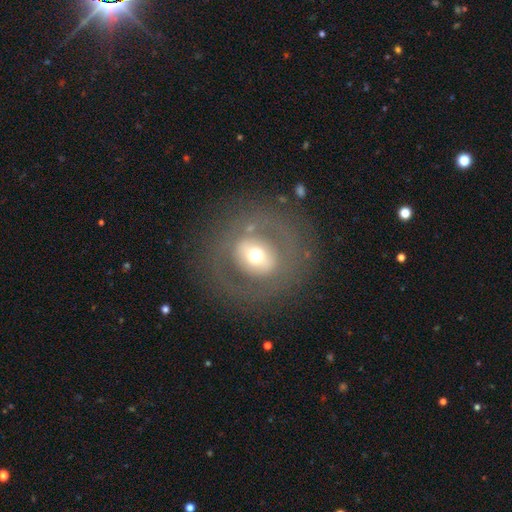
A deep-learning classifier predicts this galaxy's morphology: A featured or disk galaxy (64%) with a weak bar (38%), no spiral arms (61%) and a moderate central bulge (61%).

Vote fractions:
- Smooth or featured? featured or disk: 64% / smooth: 24% / star or artifact: 12%
- Edge-on disk? no: 92% / yes: 8%
- Bar? weak: 38% / strong: 34% / no: 28%
- Spiral arms? no: 61% / yes: 39%
- Bulge size? moderate: 61% / small: 28% / large: 9% / dominant: 2% / none: 1%
- Merging? none: 83% / minor disturbance: 9% / major disturbance: 7% / merger: 1%